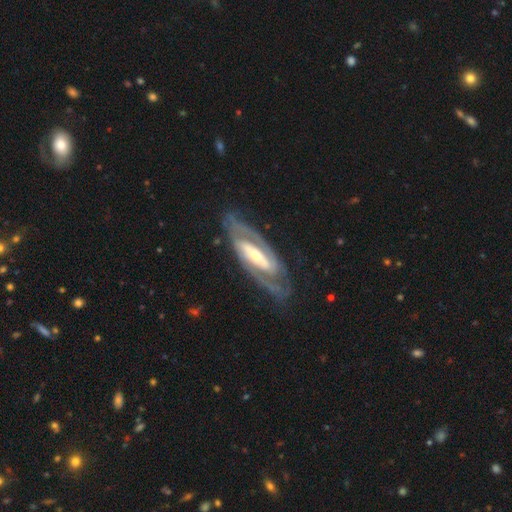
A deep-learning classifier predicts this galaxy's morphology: The model was most divided on "spiral winding": tight: 46%, medium: 42%, loose: 12%. More confident: spiral arms — yes (94%); edge-on disk — no (92%); smooth or featured — featured or disk (89%); spiral arm count — 2 (88%); merging — none (75%); bar — strong (57%); bulge size — moderate (55%).